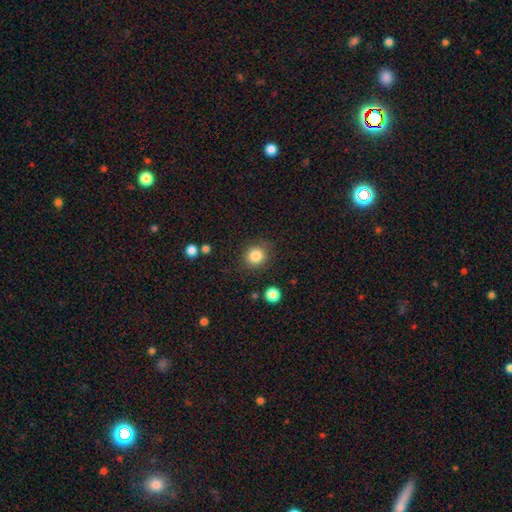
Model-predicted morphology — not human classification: Smooth or featured? smooth (84%)
How rounded? round (85%)
Merging? none (84%)